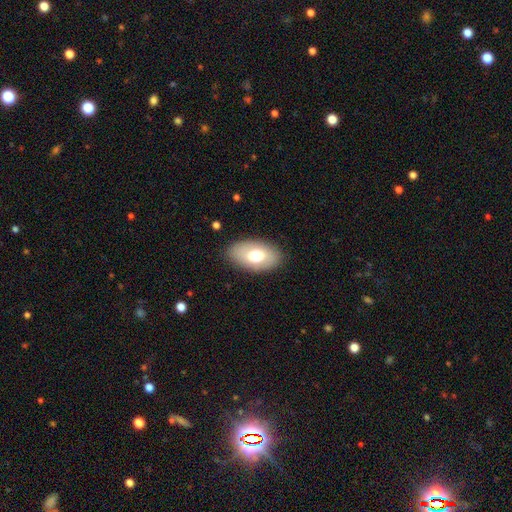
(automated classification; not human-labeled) Smooth or featured? Predicted: smooth (p=0.69). How rounded? Predicted: in between (p=0.93). Merging? Predicted: none (p=0.85).